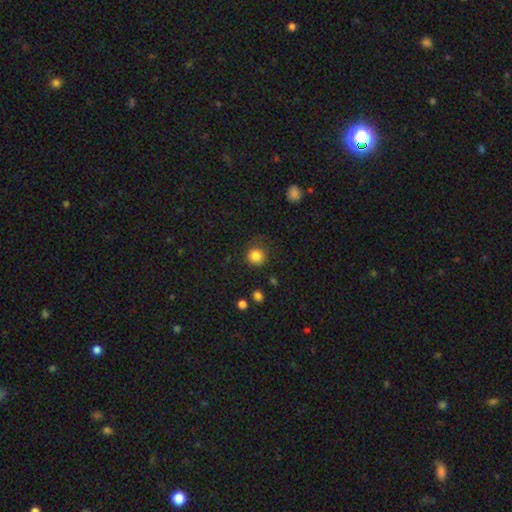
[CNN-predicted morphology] This appears to be a smooth galaxy with no disk features (85%) that is round (92%). Merging: none (83%).